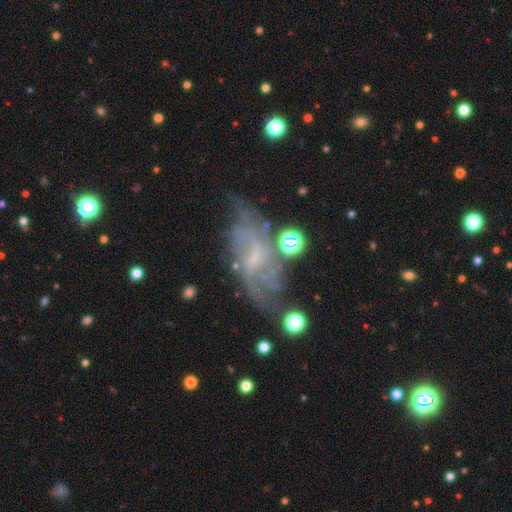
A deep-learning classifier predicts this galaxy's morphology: Smooth or featured: featured or disk — 74% (smooth — 16%)
Edge-on disk: no — 91% (yes — 9%)
Bar: weak — 47% (no — 38%)
Spiral arms: yes — 82% (no — 18%)
Spiral winding: medium — 41% (tight — 31%)
Spiral arm count: can't tell — 43% (2 — 33%)
Bulge size: small — 48% (none — 30%)
Merging: none — 59% (minor disturbance — 22%)